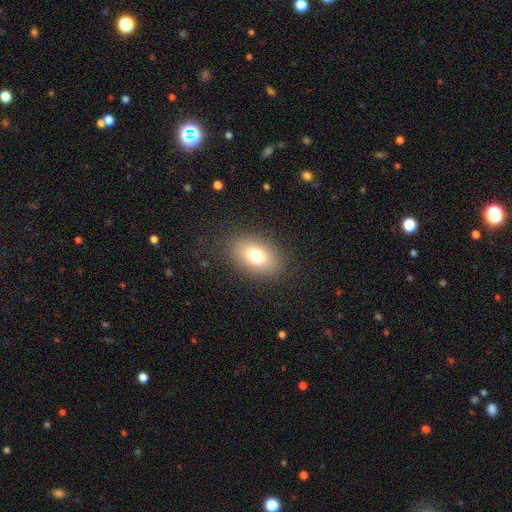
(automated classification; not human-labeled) This is likely a smooth galaxy (75%). How rounded: clearly in between (82%). Merging: clearly none (85%).